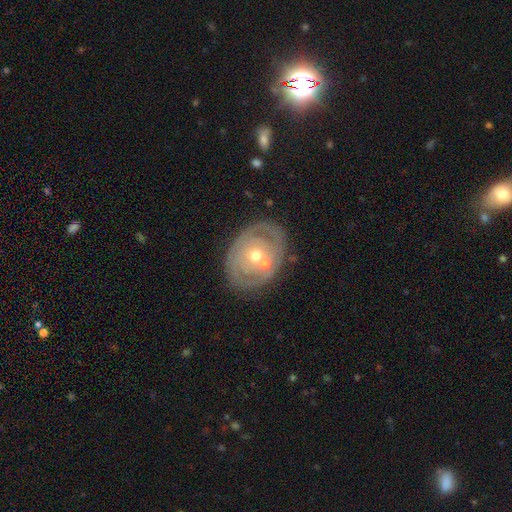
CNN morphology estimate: This appears to be a featured or disk galaxy (75%) with no bar (74%), spiral arms (63%) and a moderate central bulge (53%). Merging: none (68%).